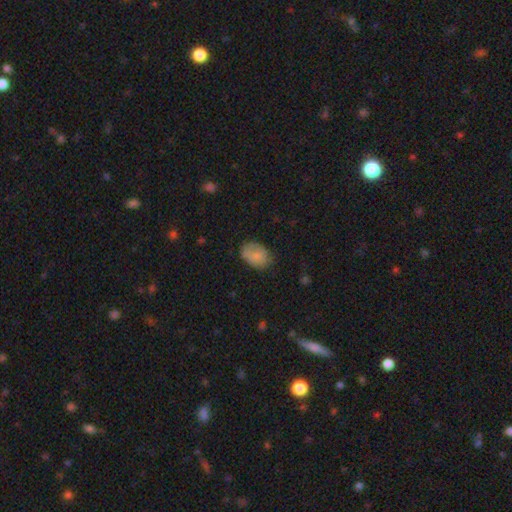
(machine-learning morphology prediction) smooth 80%, featured or disk 12%, star or artifact 8%. Down the decision tree: how rounded — in between (82%); merging — none (67%).